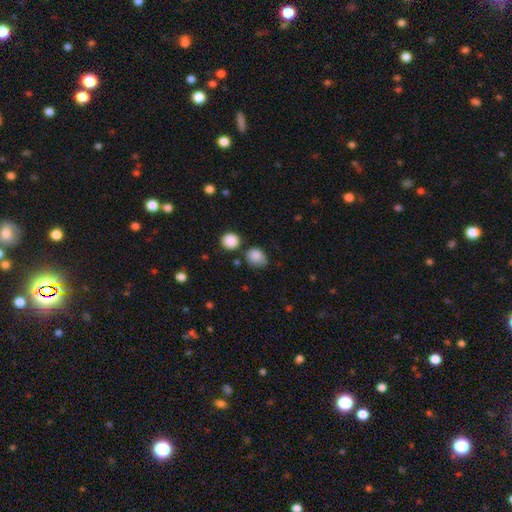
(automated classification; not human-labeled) Overall: smooth (83%). How rounded: round (64%; in between 35%). Merging: none (52%; minor disturbance 31%).